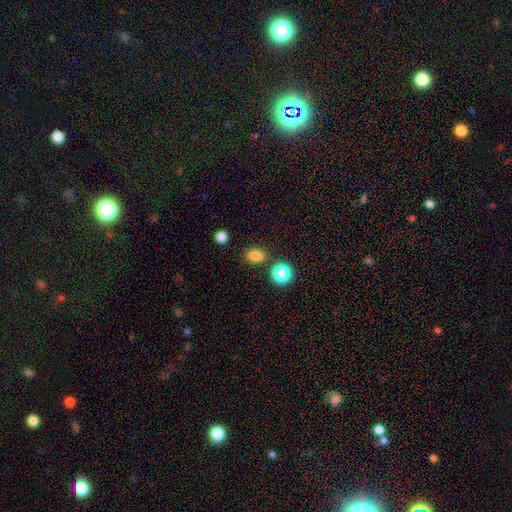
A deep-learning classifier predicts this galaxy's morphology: smooth-or-featured: smooth: 81% | star or artifact: 14% | featured or disk: 5%
  how-rounded: in between: 62% | round: 37% | cigar-shaped: 1%
  merging: none: 81% | minor disturbance: 10% | merger: 6% | major disturbance: 3%